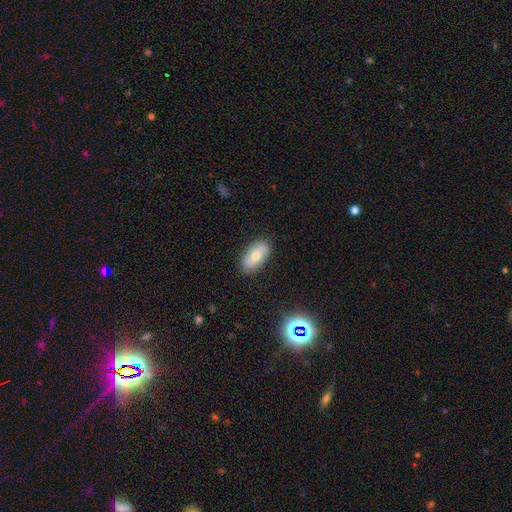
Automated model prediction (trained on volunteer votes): Q: Smooth or featured?
A: smooth (60%); runner-up: featured or disk (32%)
Q: How rounded?
A: in between (90%); runner-up: cigar-shaped (6%)
Q: Merging?
A: none (85%); runner-up: minor disturbance (11%)